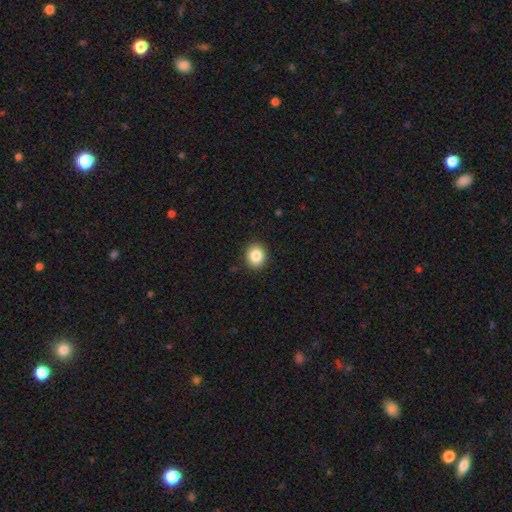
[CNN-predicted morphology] Smooth or featured? Predicted: smooth (p=0.86). How rounded? Predicted: round (p=0.72). Merging? Predicted: none (p=0.90).